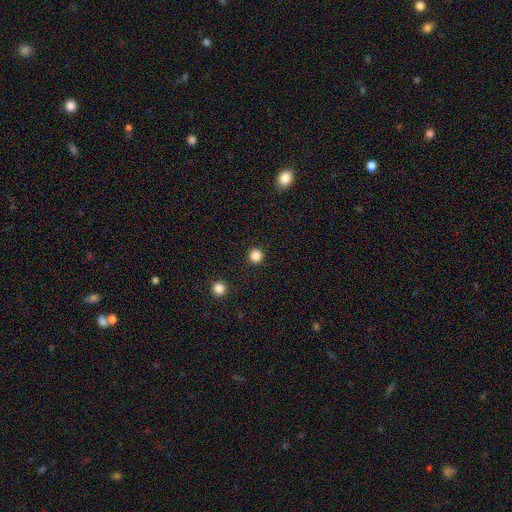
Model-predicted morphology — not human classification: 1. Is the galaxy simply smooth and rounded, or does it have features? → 85% smooth, 12% star or artifact, 3% featured or disk.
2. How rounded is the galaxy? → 95% round, 4% in between, 1% cigar-shaped.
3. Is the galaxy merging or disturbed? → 93% none, 4% minor disturbance, 2% major disturbance, 1% merger.